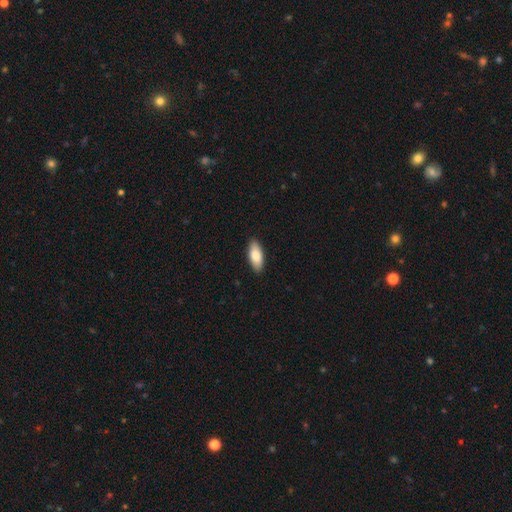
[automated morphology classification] A smooth galaxy with no disk features (84%) that is in between round and cigar-shaped (84%).

Vote fractions:
- Smooth or featured? smooth: 84% / featured or disk: 11% / star or artifact: 6%
- How rounded? in between: 84% / cigar-shaped: 14% / round: 2%
- Merging? none: 89% / minor disturbance: 8% / major disturbance: 2% / merger: 1%